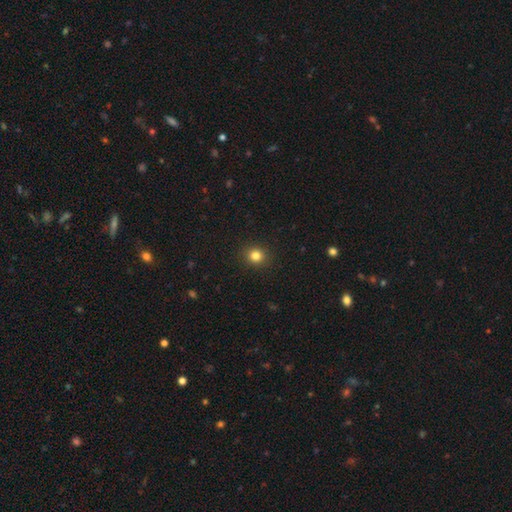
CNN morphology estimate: Smooth or featured?
  - smooth: 83% *
  - star or artifact: 12%
  - featured or disk: 5%
How rounded?
  - round: 87% *
  - in between: 13%
  - cigar-shaped: 1%
Merging?
  - none: 92% *
  - minor disturbance: 6%
  - major disturbance: 2%
  - merger: 1%